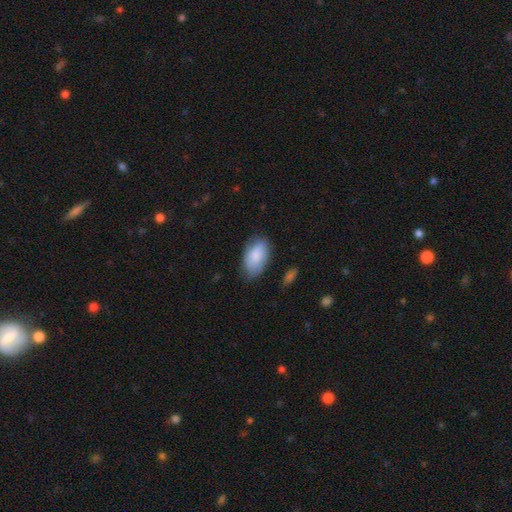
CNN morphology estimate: Overall: smooth (83%). How rounded: in between (94%). Merging: none (72%).